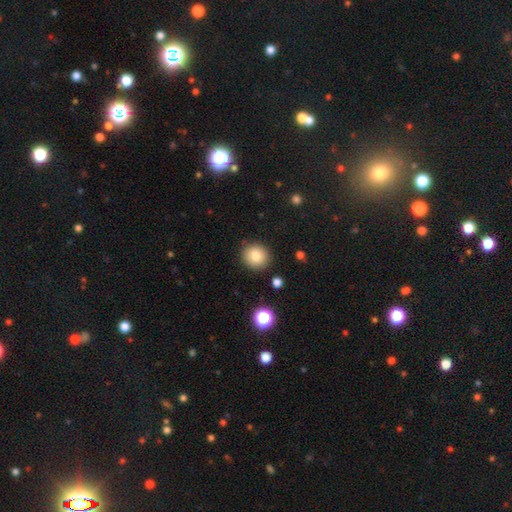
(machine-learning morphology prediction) Overall: smooth (83%). How rounded: round (89%). Merging: none (89%).